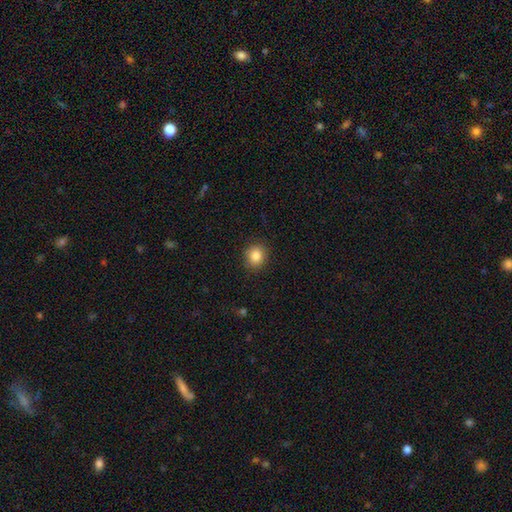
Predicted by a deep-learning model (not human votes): Smooth or featured? smooth (85%)
How rounded? round (81%)
Merging? none (88%)